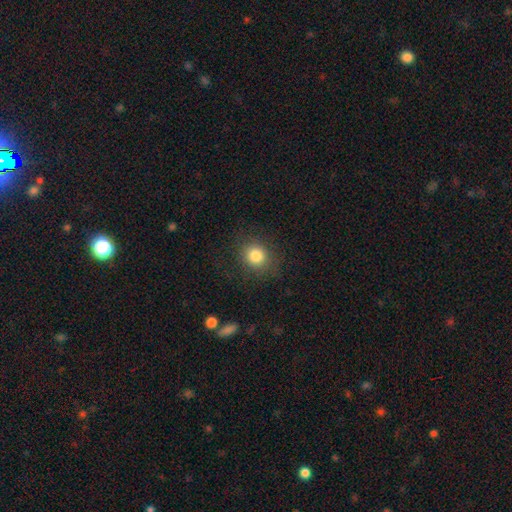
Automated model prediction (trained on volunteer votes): smooth-or-featured: smooth: 83% | star or artifact: 11% | featured or disk: 6%
  how-rounded: round: 83% | in between: 16% | cigar-shaped: 1%
  merging: none: 85% | minor disturbance: 10% | major disturbance: 5% | merger: 1%